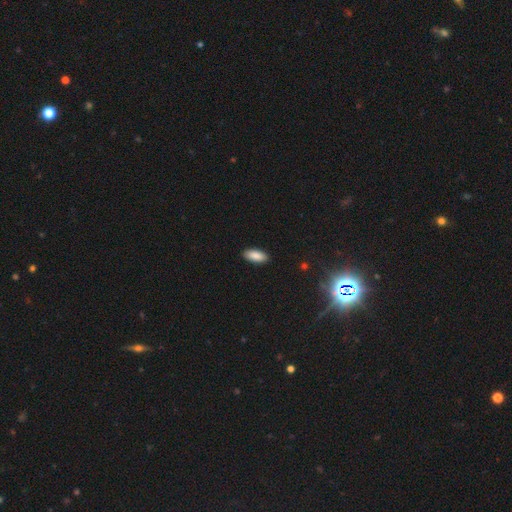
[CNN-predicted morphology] smooth_or_featured: smooth (p=0.88) [alt: star or artifact p=0.07]
how_rounded: in between (p=0.86) [alt: cigar-shaped p=0.13]
merging: none (p=0.90) [alt: minor disturbance p=0.08]